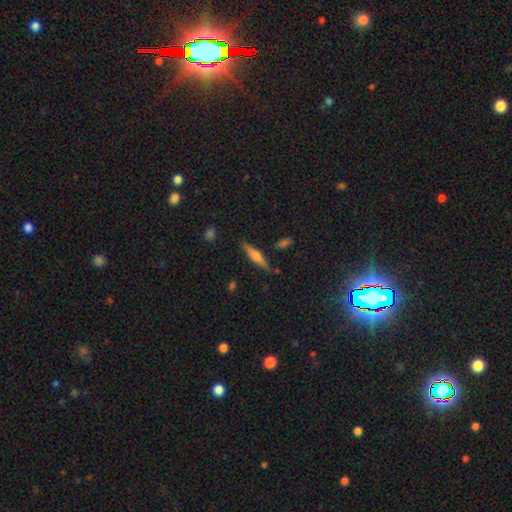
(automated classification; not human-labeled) A smooth galaxy with no disk features (47%). Merging: none (83%).